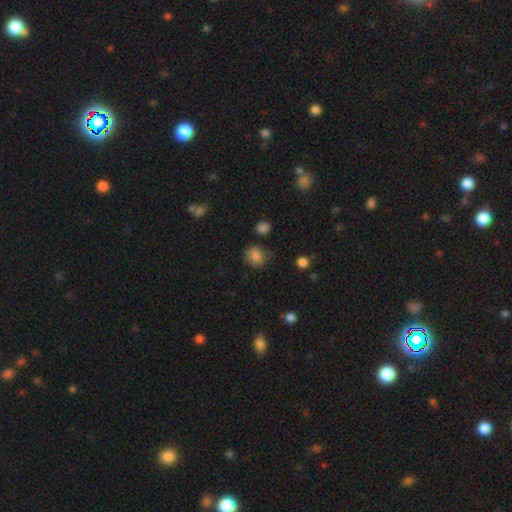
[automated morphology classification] smooth-or-featured: smooth: 82% | star or artifact: 11% | featured or disk: 7%
  how-rounded: round: 74% | in between: 25% | cigar-shaped: 1%
  merging: none: 71% | minor disturbance: 20% | major disturbance: 6% | merger: 3%